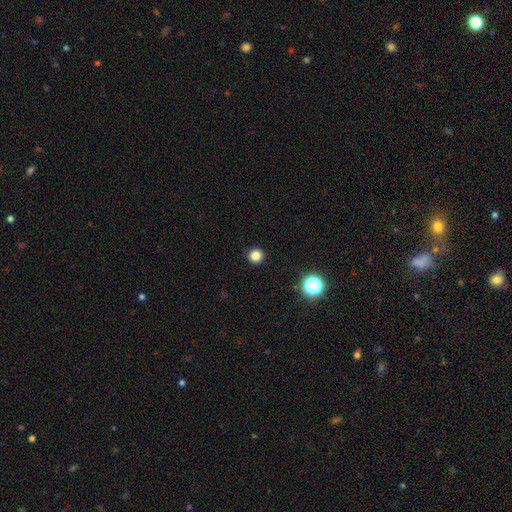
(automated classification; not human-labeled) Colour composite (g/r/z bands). It shows a smooth galaxy with no disk features (83%) that is round (96%). Merging: none (94%).